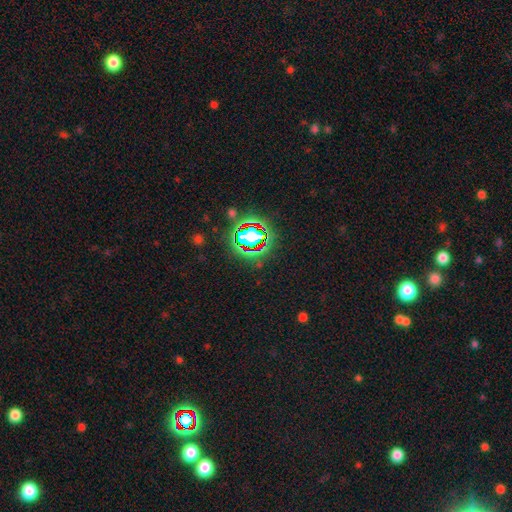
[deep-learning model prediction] Smooth or featured? Predicted: star or artifact (p=0.78).